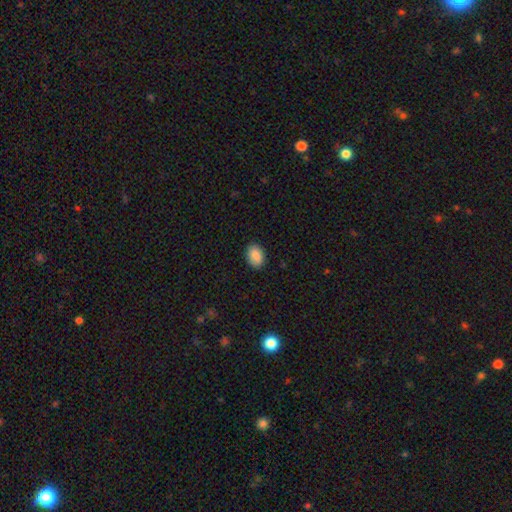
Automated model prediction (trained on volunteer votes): Smooth or featured: smooth — 88% (star or artifact — 7%)
How rounded: in between — 84% (round — 15%)
Merging: none — 89% (minor disturbance — 9%)